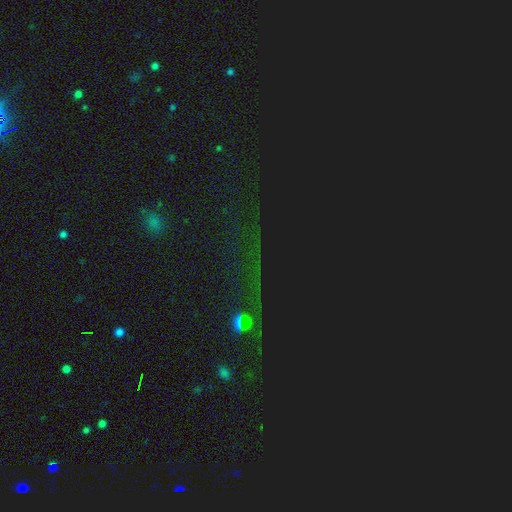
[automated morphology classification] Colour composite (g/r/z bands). It shows a star or artifact, not a galaxy (78%).